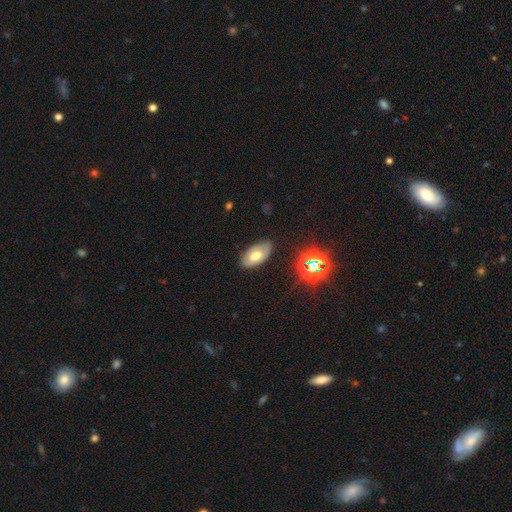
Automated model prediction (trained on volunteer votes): A smooth galaxy with no disk features (53%) that is in between round and cigar-shaped (93%). Merging: none (77%).